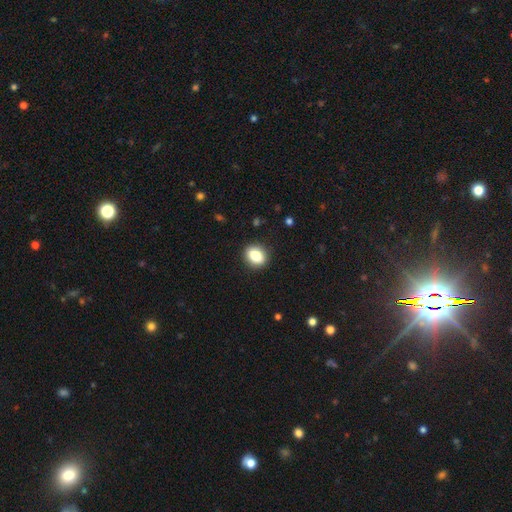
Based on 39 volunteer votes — Volunteers were most divided on "how rounded": round: 68%, in between: 32%, cigar-shaped: 0%. More confident: smooth or featured — smooth (97%); merging — none (97%).